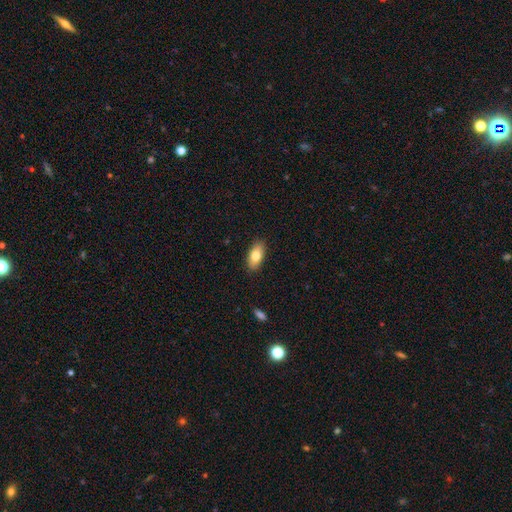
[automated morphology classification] Smooth or featured: smooth — 79% (featured or disk — 14%)
How rounded: in between — 89% (cigar-shaped — 7%)
Merging: none — 88% (minor disturbance — 9%)